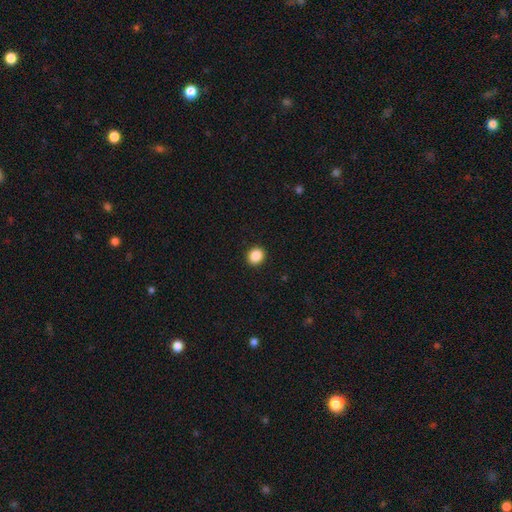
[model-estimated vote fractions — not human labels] This appears to be a smooth galaxy with no disk features (88%) that is round (69%). Merging: none (92%).